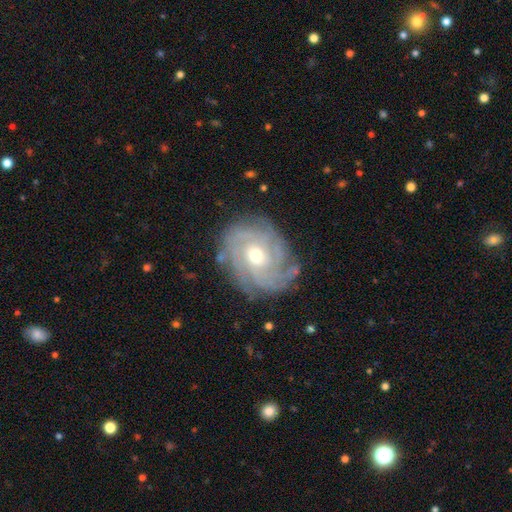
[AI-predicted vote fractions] featured or disk 86%, smooth 8%, star or artifact 6%. Down the decision tree: edge-on disk — no (97%); bar — no (74%); spiral arms — yes (96%); spiral arm count — can't tell (32%); spiral winding — tight (71%); bulge size — moderate (57%); merging — none (76%).